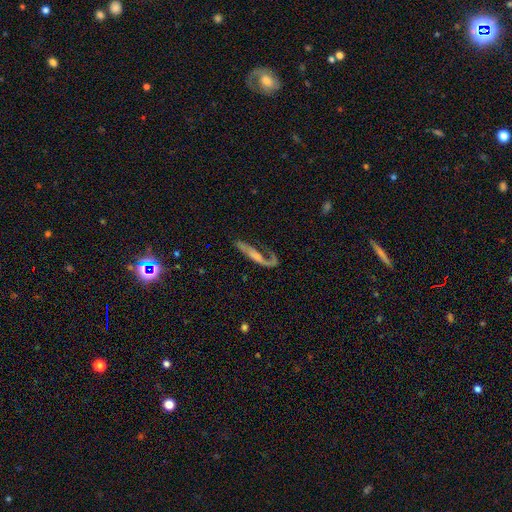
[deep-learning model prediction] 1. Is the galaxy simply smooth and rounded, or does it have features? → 70% featured or disk, 19% smooth, 11% star or artifact.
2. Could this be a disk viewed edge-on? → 72% no, 28% yes.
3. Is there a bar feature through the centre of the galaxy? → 50% no, 27% weak, 23% strong.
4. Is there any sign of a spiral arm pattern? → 82% yes, 18% no.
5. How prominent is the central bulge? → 35% none, 34% small, 21% moderate, 6% large, 3% dominant.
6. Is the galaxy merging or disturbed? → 43% none, 32% major disturbance, 19% minor disturbance, 6% merger.